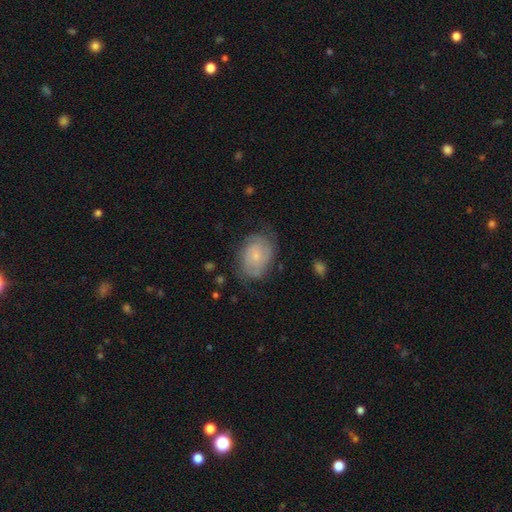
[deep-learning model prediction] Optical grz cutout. It shows a featured or disk galaxy (51%). Merging: none (64%).